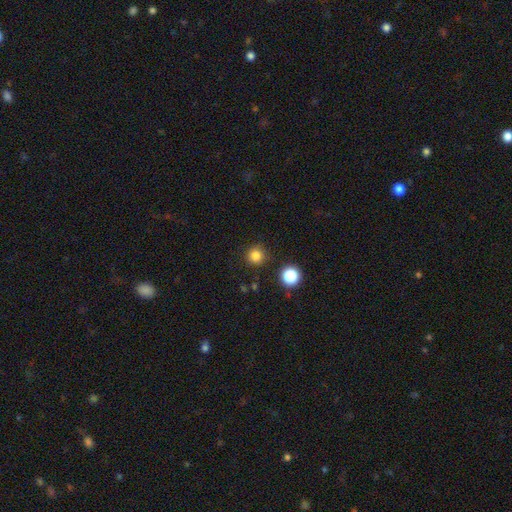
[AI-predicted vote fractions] A smooth galaxy with no disk features (82%) that is round (94%). Merging: none (89%).